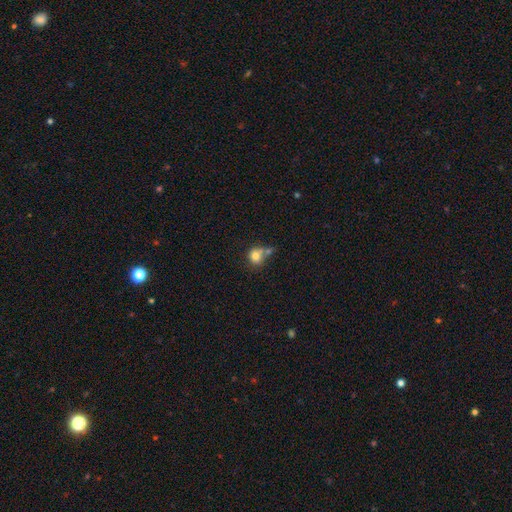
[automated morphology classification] The model was most divided on "merging": none: 40%, merger: 36%, minor disturbance: 16%, major disturbance: 8%. More confident: smooth or featured — smooth (78%); how rounded — round (75%).